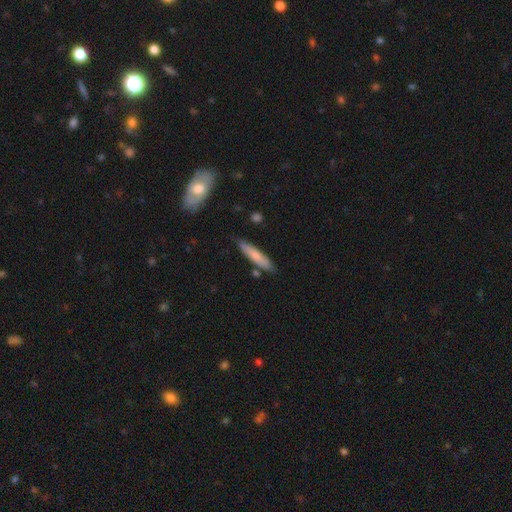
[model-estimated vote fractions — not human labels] Q: Smooth or featured?
A: smooth (72%); runner-up: featured or disk (22%)
Q: How rounded?
A: cigar-shaped (84%); runner-up: in between (14%)
Q: Merging?
A: none (81%); runner-up: minor disturbance (13%)